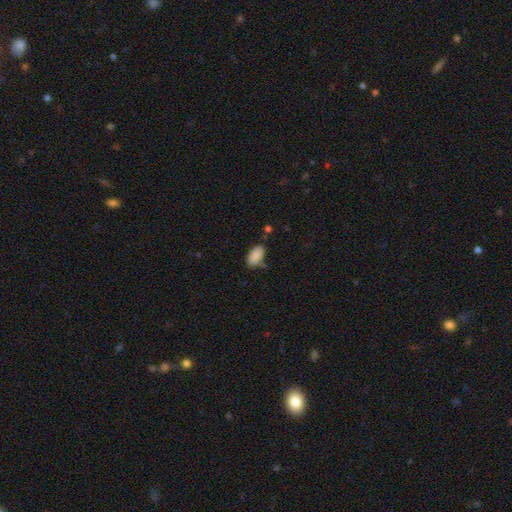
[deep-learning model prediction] Smooth or featured: smooth — 88% (star or artifact — 8%)
How rounded: in between — 94% (round — 3%)
Merging: none — 71% (minor disturbance — 18%)